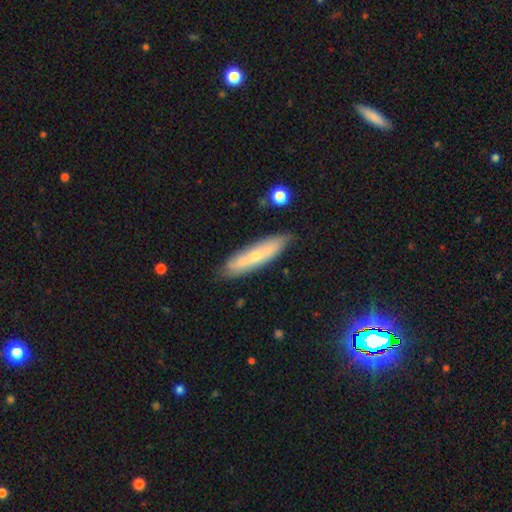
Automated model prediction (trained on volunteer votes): Smooth or featured: smooth — 49% (featured or disk — 44%)
Merging: none — 79% (minor disturbance — 16%)